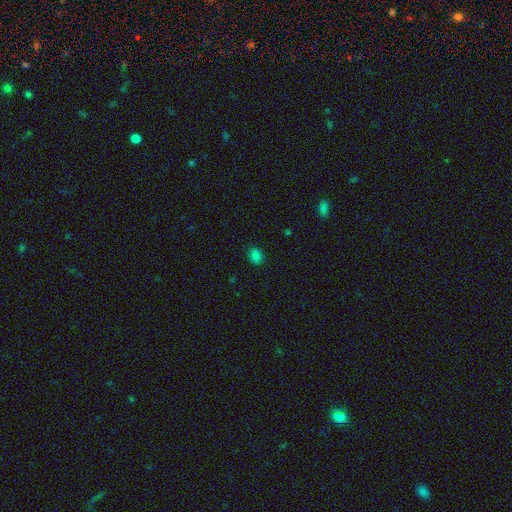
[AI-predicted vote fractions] This is clearly a smooth galaxy (81%). How rounded: possibly round (54%). Merging: clearly none (88%).